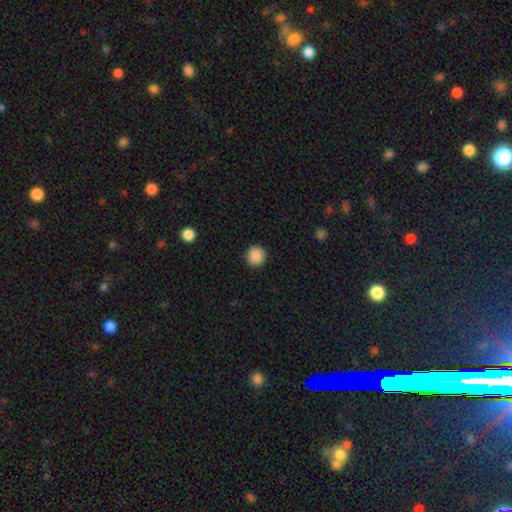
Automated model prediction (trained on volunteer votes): smooth-or-featured: smooth: 89% | star or artifact: 9% | featured or disk: 2%
  how-rounded: round: 94% | in between: 5% | cigar-shaped: 1%
  merging: none: 92% | minor disturbance: 5% | major disturbance: 2% | merger: 1%